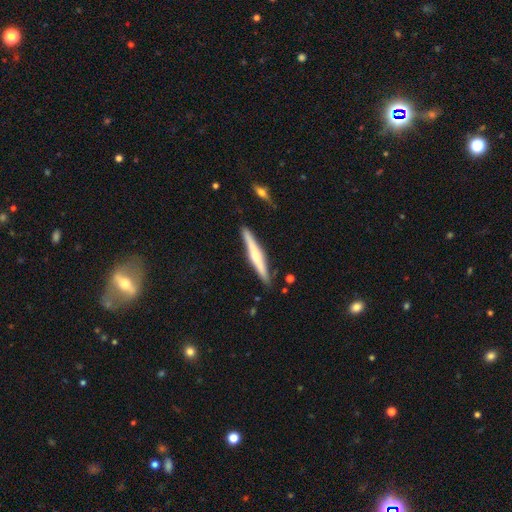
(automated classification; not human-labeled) The model was most divided on "smooth or featured": featured or disk: 59%, smooth: 35%, star or artifact: 6%. More confident: edge-on disk — yes (97%); merging — none (87%); edge-on bulge — rounded (67%).